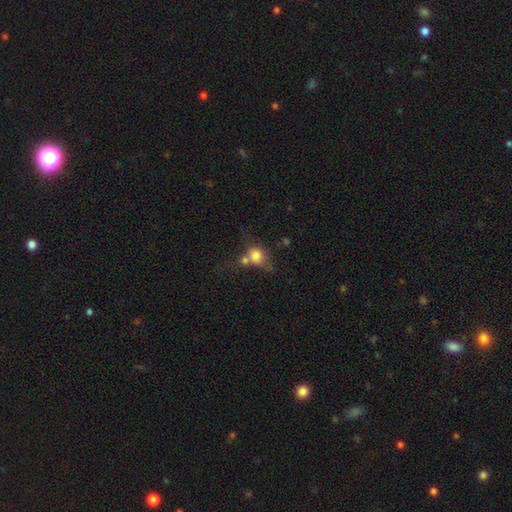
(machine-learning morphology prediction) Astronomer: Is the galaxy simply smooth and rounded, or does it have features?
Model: smooth — 74%.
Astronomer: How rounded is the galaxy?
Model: round — 57% (runner-up: in between, 41%).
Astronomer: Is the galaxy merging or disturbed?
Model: merger — 47% (runner-up: none, 27%).